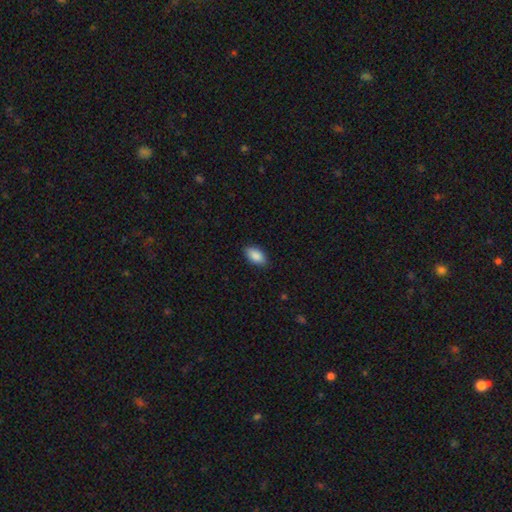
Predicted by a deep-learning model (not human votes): Smooth or featured? Predicted: smooth (p=0.89). How rounded? Predicted: in between (p=0.93). Merging? Predicted: none (p=0.88).